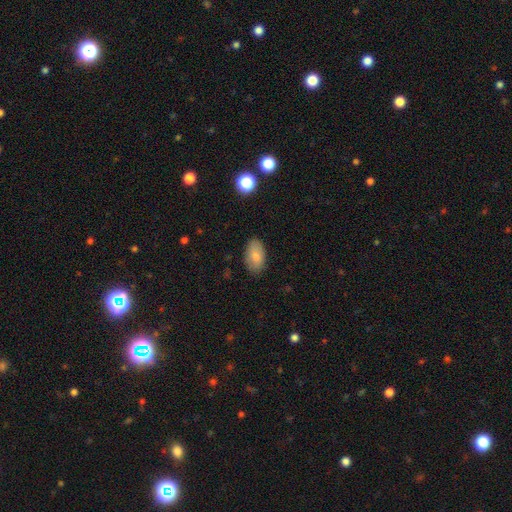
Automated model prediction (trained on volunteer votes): This is clearly a smooth galaxy (83%). How rounded: clearly in between (93%). Merging: clearly none (84%).